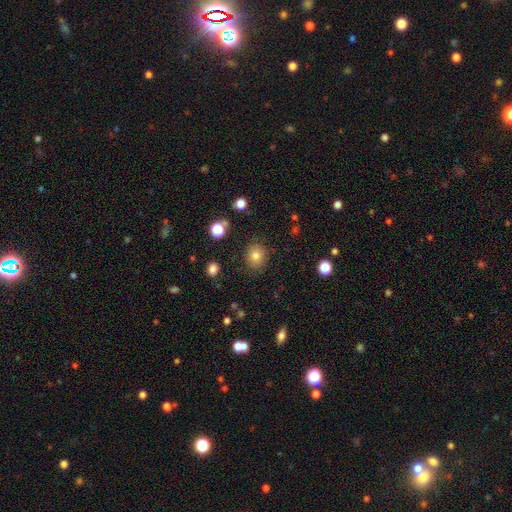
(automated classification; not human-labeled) Smooth or featured?
  - smooth: 79% *
  - star or artifact: 13%
  - featured or disk: 8%
How rounded?
  - round: 74% *
  - in between: 25%
  - cigar-shaped: 1%
Merging?
  - none: 85% *
  - minor disturbance: 10%
  - major disturbance: 3%
  - merger: 2%